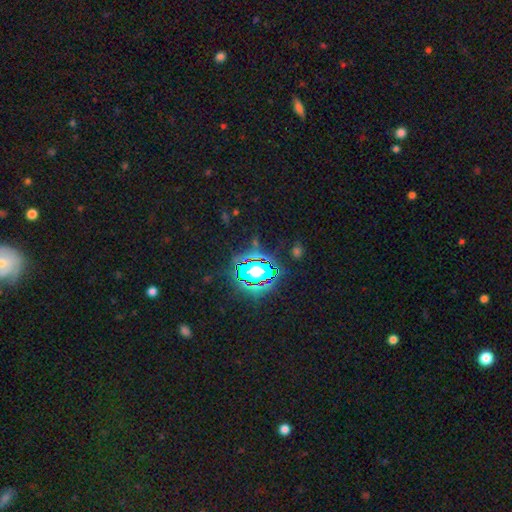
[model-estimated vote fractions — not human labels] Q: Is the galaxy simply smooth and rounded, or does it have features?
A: star or artifact — 82%.